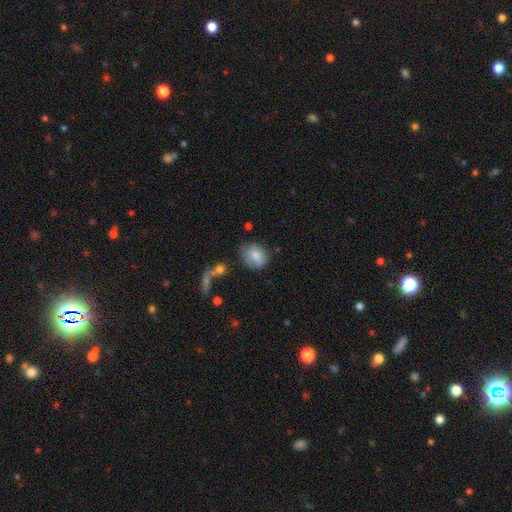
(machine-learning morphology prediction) The model was most divided on "how rounded": round: 56%, in between: 43%, cigar-shaped: 1%. More confident: smooth or featured — smooth (78%); merging — none (64%).